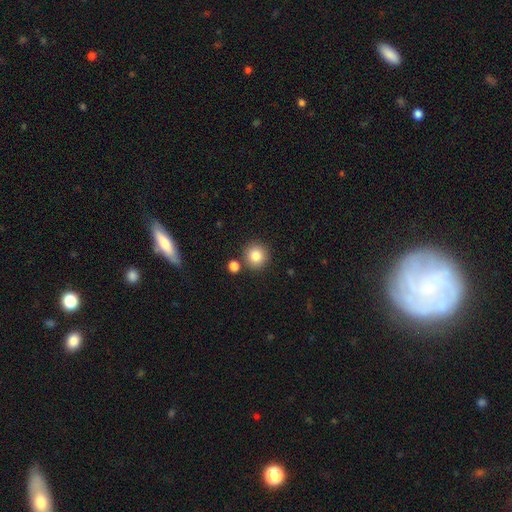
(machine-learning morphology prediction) Smooth or featured?
  - smooth: 83% *
  - star or artifact: 10%
  - featured or disk: 6%
How rounded?
  - round: 92% *
  - in between: 7%
  - cigar-shaped: 1%
Merging?
  - none: 81% *
  - merger: 9%
  - minor disturbance: 7%
  - major disturbance: 2%